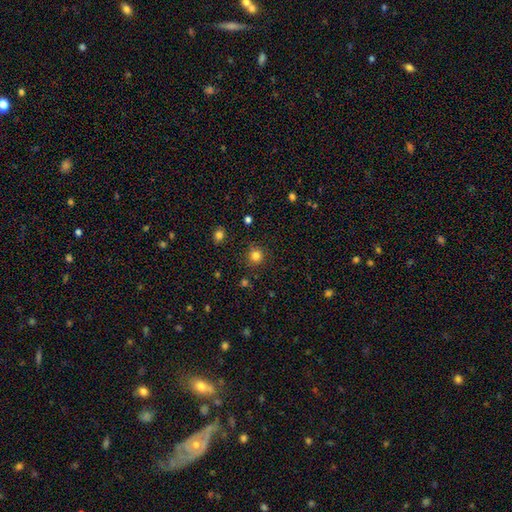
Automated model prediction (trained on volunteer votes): Overall: smooth (82%). How rounded: round (92%). Merging: none (86%).